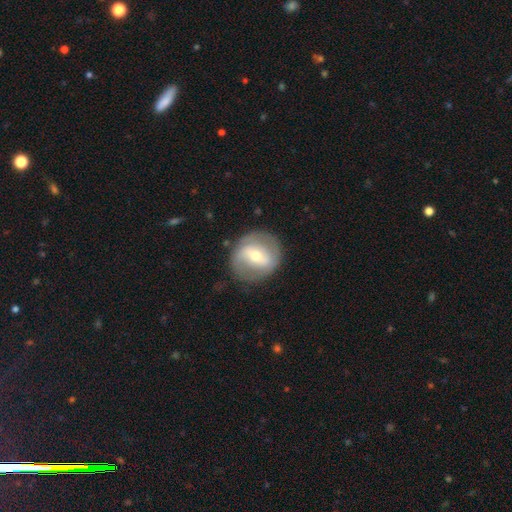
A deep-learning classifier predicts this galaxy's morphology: featured or disk 62%, smooth 32%, star or artifact 6%. Down the decision tree: edge-on disk — no (96%); bar — weak (42%); spiral arms — yes (62%); bulge size — moderate (62%); merging — none (78%).